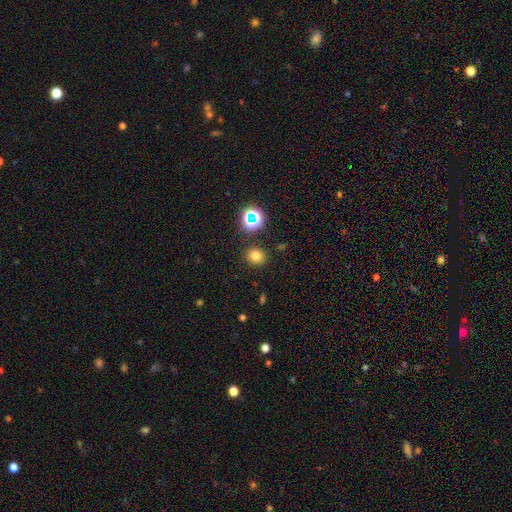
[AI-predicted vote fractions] smooth_or_featured: smooth (p=0.75) [alt: star or artifact p=0.19]
how_rounded: round (p=0.78) [alt: in between p=0.21]
merging: none (p=0.87) [alt: minor disturbance p=0.07]